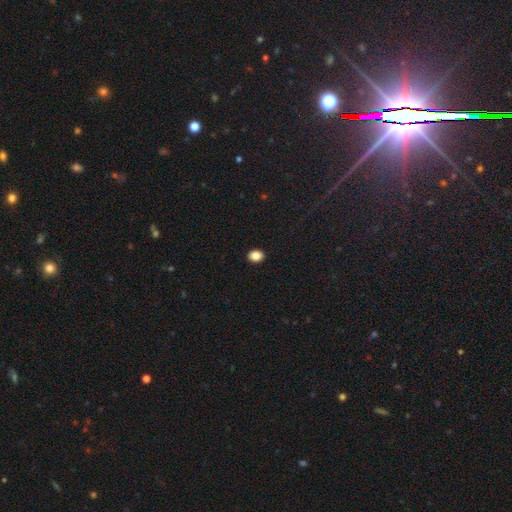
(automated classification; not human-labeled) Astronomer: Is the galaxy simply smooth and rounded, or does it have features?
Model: smooth — 87%.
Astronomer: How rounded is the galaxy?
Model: round — 51% (runner-up: in between, 48%).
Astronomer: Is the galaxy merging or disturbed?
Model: none — 92%.